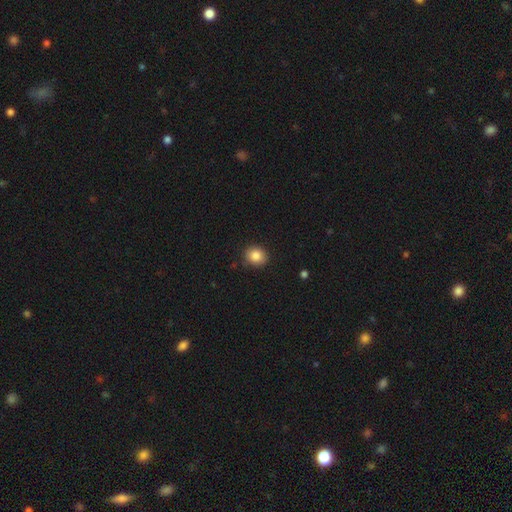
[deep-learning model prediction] Smooth or featured? Predicted: smooth (p=0.85). How rounded? Predicted: round (p=0.73). Merging? Predicted: none (p=0.89).